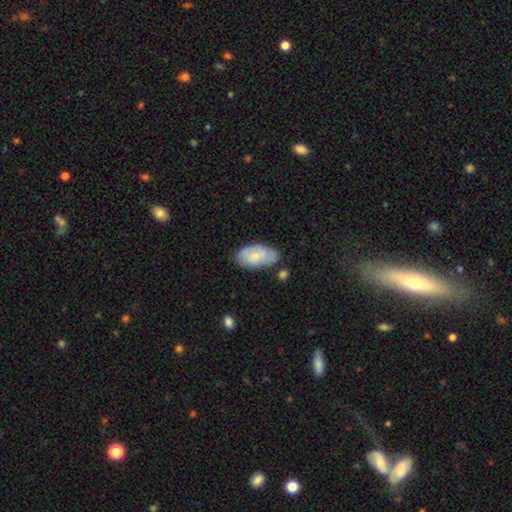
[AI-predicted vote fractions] Smooth or featured?
  - smooth: 59% *
  - featured or disk: 35%
  - star or artifact: 6%
How rounded?
  - in between: 94% *
  - round: 4%
  - cigar-shaped: 3%
Merging?
  - none: 68% *
  - minor disturbance: 22%
  - merger: 5%
  - major disturbance: 5%